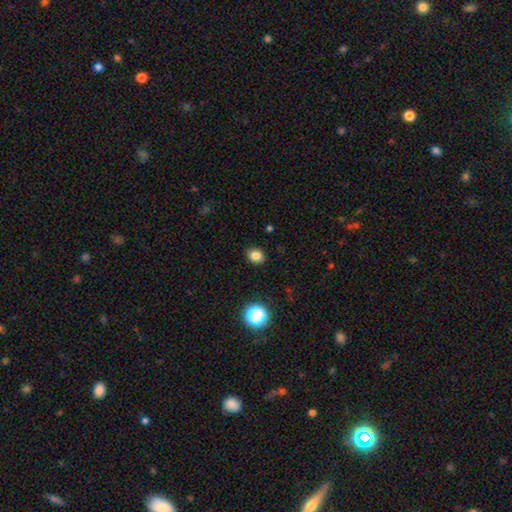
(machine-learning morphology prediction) Smooth or featured? smooth (82%)
How rounded? round (53%)
Merging? none (89%)